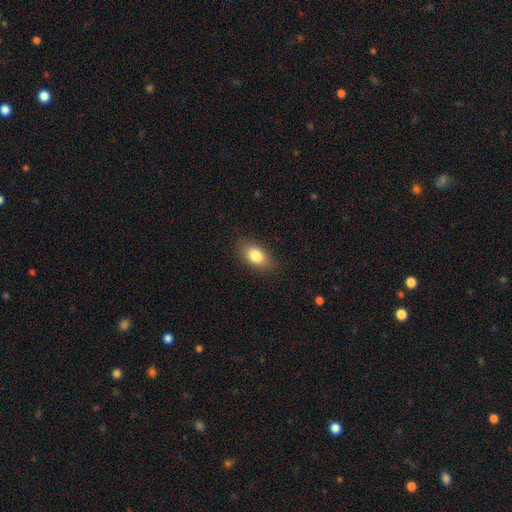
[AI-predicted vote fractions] This is clearly a smooth galaxy (82%). How rounded: clearly in between (87%). Merging: clearly none (85%).